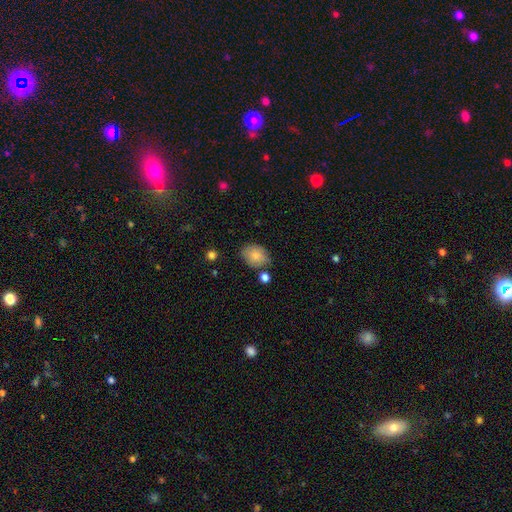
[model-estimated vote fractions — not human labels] Overall: smooth (79%). How rounded: in between (59%; round 40%). Merging: none (69%).